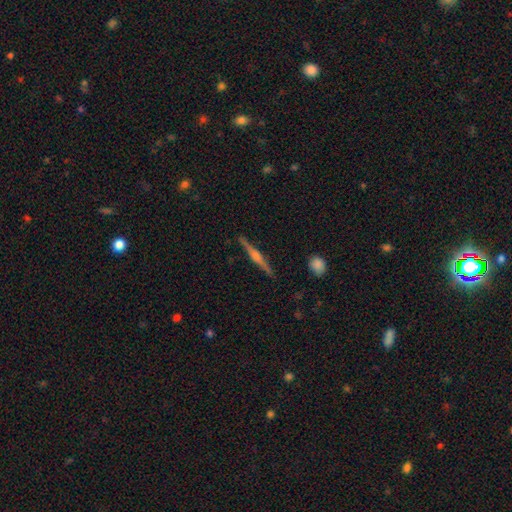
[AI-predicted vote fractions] Smooth or featured? Predicted: featured or disk (p=0.77). Edge-on disk? Predicted: yes (p=0.98). Edge-on bulge? Predicted: rounded (p=0.78). Merging? Predicted: none (p=0.91).